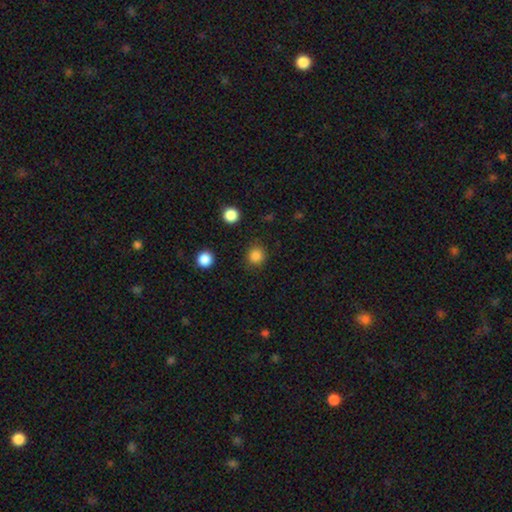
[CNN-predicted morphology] A smooth galaxy with no disk features (85%) that is round (90%).

Vote fractions:
- Smooth or featured? smooth: 85% / star or artifact: 12% / featured or disk: 3%
- How rounded? round: 90% / in between: 9% / cigar-shaped: 1%
- Merging? none: 87% / minor disturbance: 8% / major disturbance: 3% / merger: 2%